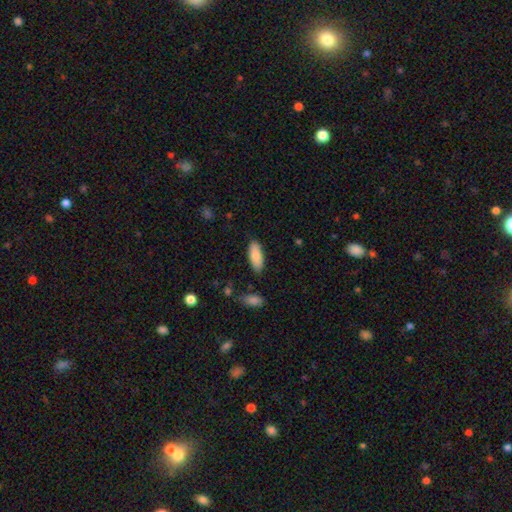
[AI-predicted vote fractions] Smooth or featured: smooth — 84% (featured or disk — 10%)
How rounded: in between — 78% (cigar-shaped — 20%)
Merging: none — 84% (minor disturbance — 12%)